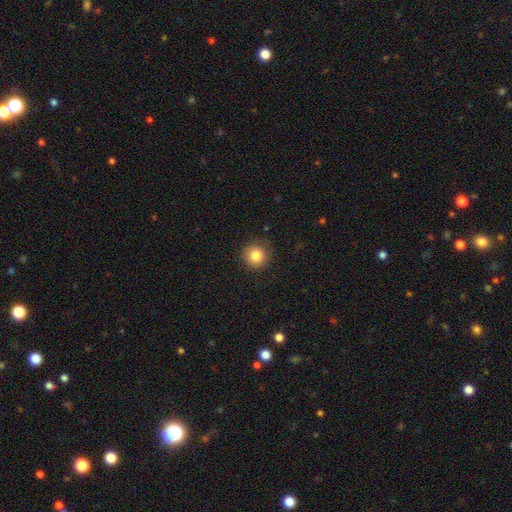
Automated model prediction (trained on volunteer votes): Overall: smooth (84%). How rounded: round (93%). Merging: none (88%).